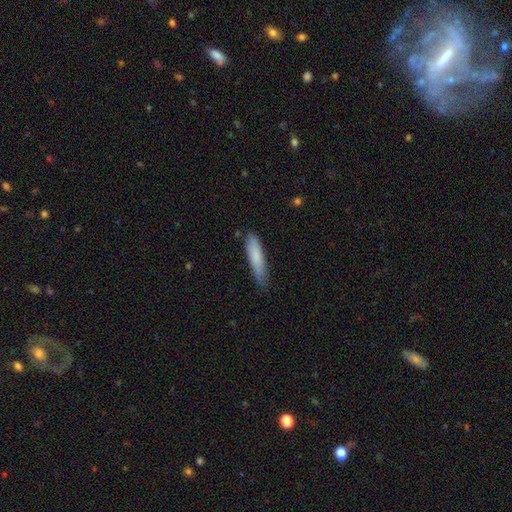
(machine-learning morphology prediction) The model was most divided on "merging": none: 76%, minor disturbance: 19%, major disturbance: 3%, merger: 2%. More confident: how rounded — cigar-shaped (83%); smooth or featured — smooth (81%).